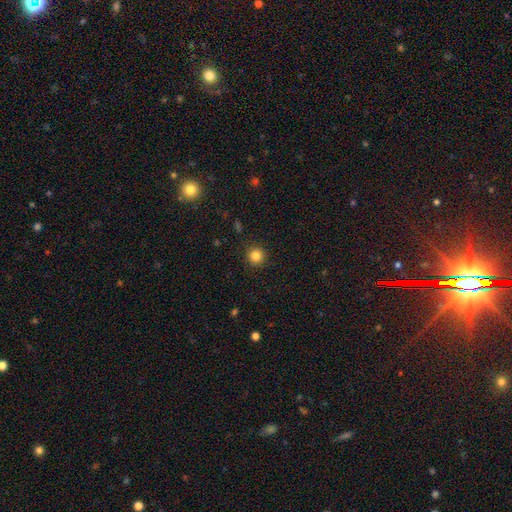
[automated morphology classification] Smooth or featured? smooth (84%)
How rounded? round (95%)
Merging? none (91%)